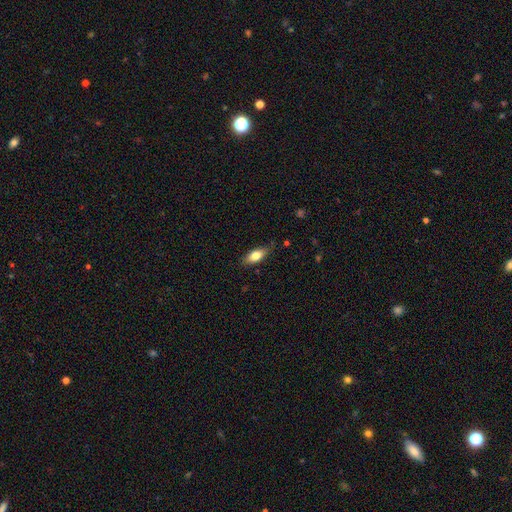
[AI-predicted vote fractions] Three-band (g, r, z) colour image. It shows a smooth galaxy with no disk features (73%) that is in between round and cigar-shaped (79%). Merging: none (77%).